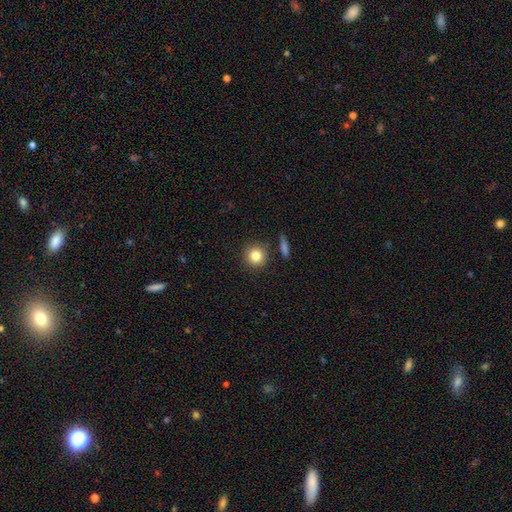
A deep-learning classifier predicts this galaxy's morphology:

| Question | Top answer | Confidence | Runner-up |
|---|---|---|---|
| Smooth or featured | smooth | 82% | star or artifact (10%) |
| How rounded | round | 92% | in between (7%) |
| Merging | none | 85% | minor disturbance (8%) |